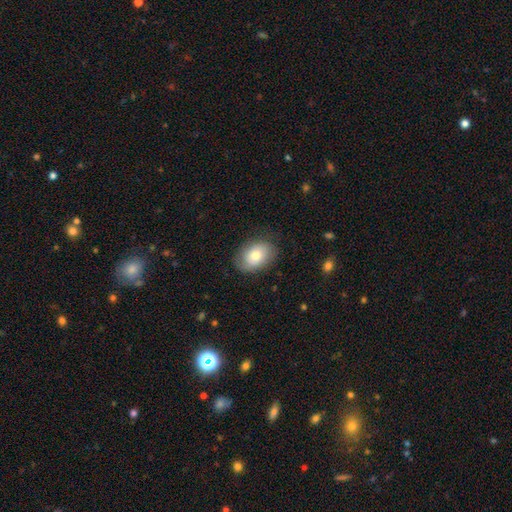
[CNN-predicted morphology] smooth 74%, featured or disk 19%, star or artifact 7%. Down the decision tree: how rounded — in between (79%); merging — none (80%).